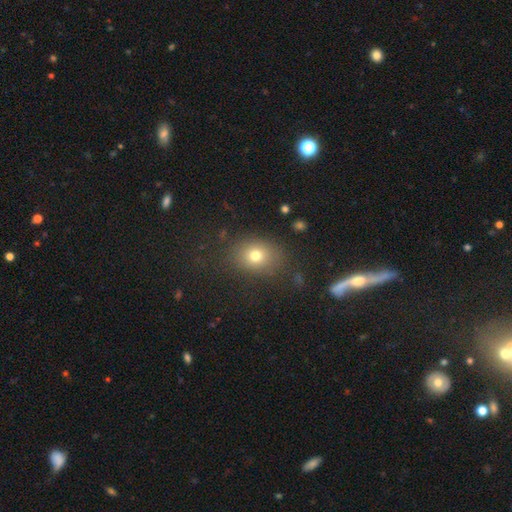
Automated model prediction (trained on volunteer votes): smooth-or-featured: smooth: 75% | star or artifact: 14% | featured or disk: 10%
  how-rounded: round: 50% | in between: 49% | cigar-shaped: 1%
  merging: none: 81% | minor disturbance: 12% | major disturbance: 6% | merger: 2%